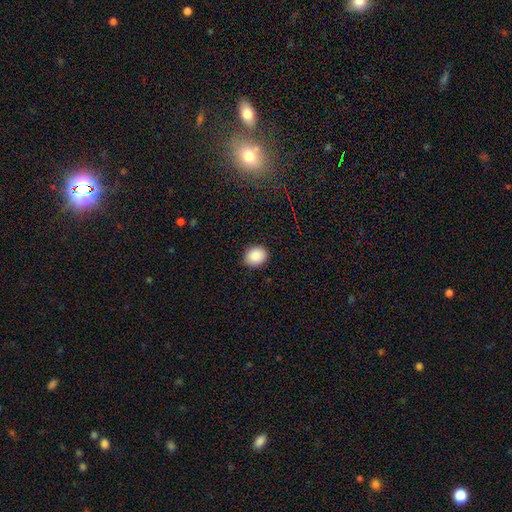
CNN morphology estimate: smooth_or_featured: smooth (p=0.89) [alt: star or artifact p=0.08]
how_rounded: round (p=0.58) [alt: in between p=0.41]
merging: none (p=0.88) [alt: minor disturbance p=0.09]